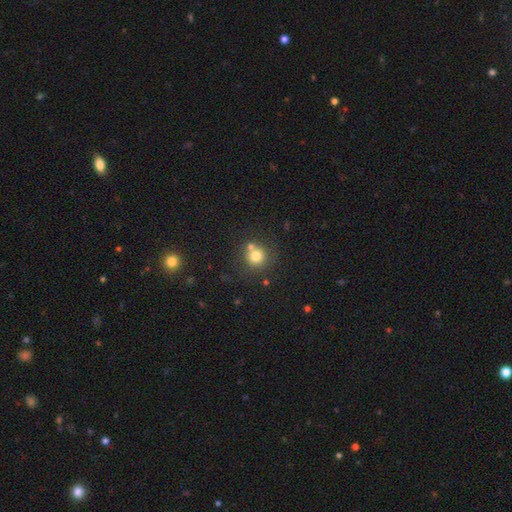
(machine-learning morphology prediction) Smooth or featured? Predicted: smooth (p=0.76). How rounded? Predicted: round (p=0.91). Merging? Predicted: none (p=0.63).